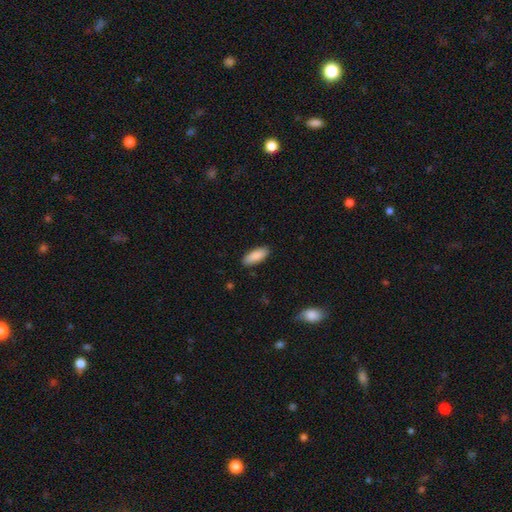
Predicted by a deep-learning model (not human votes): Morphology: type=smooth (89%); roundness=in between (78%); merging=none (88%).